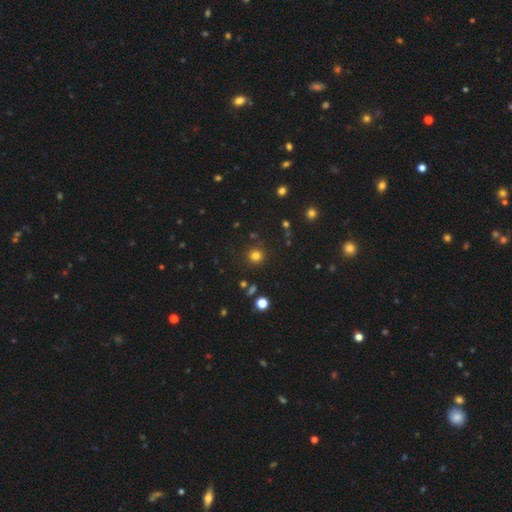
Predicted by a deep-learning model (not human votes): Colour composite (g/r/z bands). It shows a smooth galaxy with no disk features (78%) that is round (92%). Merging: none (88%).